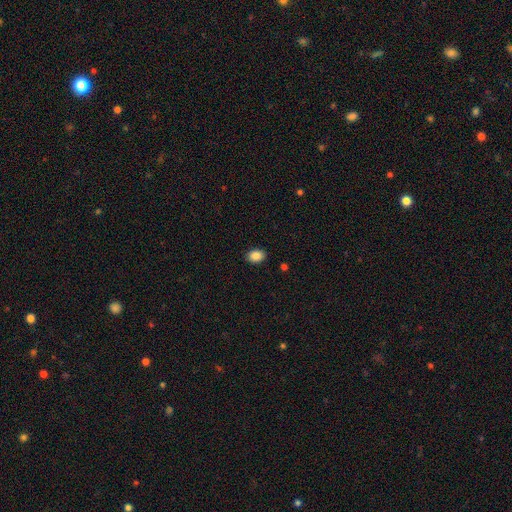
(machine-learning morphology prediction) Smooth or featured?
  - smooth: 87% *
  - star or artifact: 8%
  - featured or disk: 4%
How rounded?
  - in between: 73% *
  - round: 26%
  - cigar-shaped: 1%
Merging?
  - none: 90% *
  - minor disturbance: 7%
  - major disturbance: 2%
  - merger: 1%